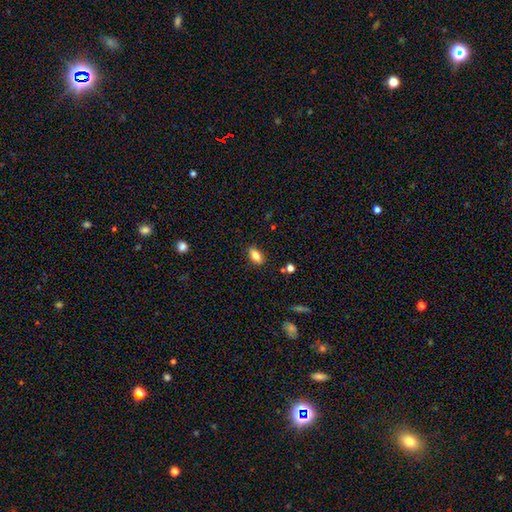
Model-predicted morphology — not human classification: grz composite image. It shows a smooth galaxy with no disk features (78%) that is in between round and cigar-shaped (85%). Merging: none (86%).